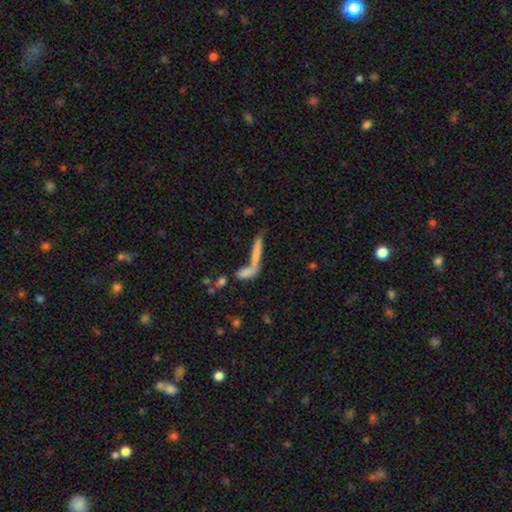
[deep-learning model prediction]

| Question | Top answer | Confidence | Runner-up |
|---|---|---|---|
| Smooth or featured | smooth | 61% | featured or disk (27%) |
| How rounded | cigar-shaped | 82% | in between (14%) |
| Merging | merger | 48% | none (35%) |